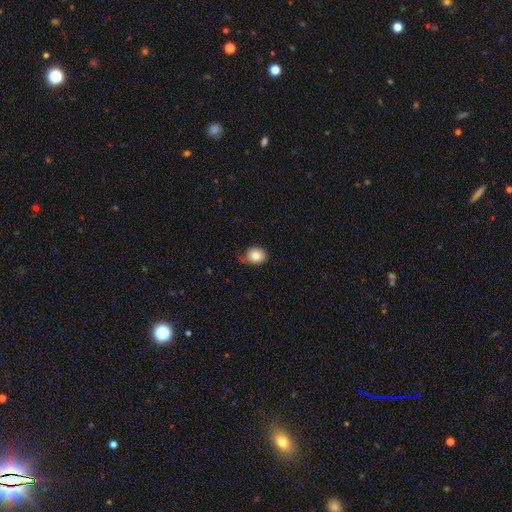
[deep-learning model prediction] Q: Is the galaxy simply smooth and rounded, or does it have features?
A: smooth — 80%.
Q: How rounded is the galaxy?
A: round — 71%.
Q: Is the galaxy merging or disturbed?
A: none — 70%.